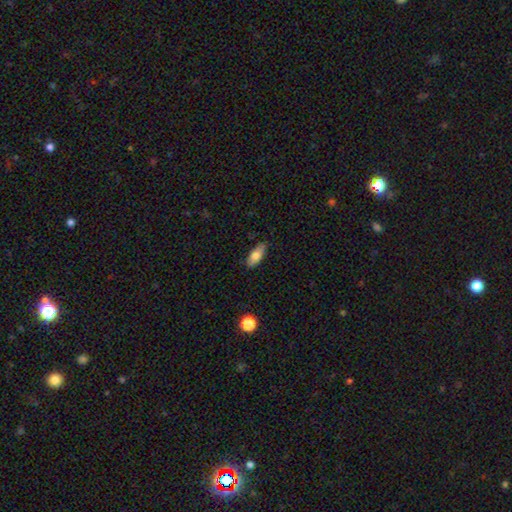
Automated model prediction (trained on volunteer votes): Smooth or featured?
  - smooth: 75% *
  - featured or disk: 18%
  - star or artifact: 7%
How rounded?
  - in between: 78% *
  - cigar-shaped: 20%
  - round: 3%
Merging?
  - none: 84% *
  - minor disturbance: 13%
  - major disturbance: 2%
  - merger: 1%